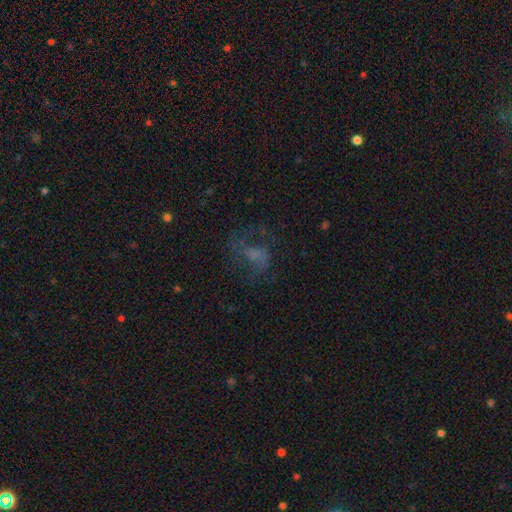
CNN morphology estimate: This is possibly a featured or disk galaxy (51%). It is clearly not viewed edge-on (98%). Merging: possibly none (47%).